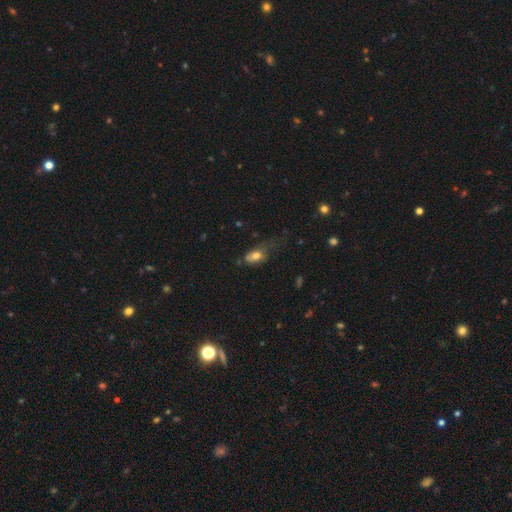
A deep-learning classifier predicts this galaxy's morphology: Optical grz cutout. It shows a smooth galaxy with no disk features (74%) that is in between round and cigar-shaped (84%). Merging: major disturbance (36%).